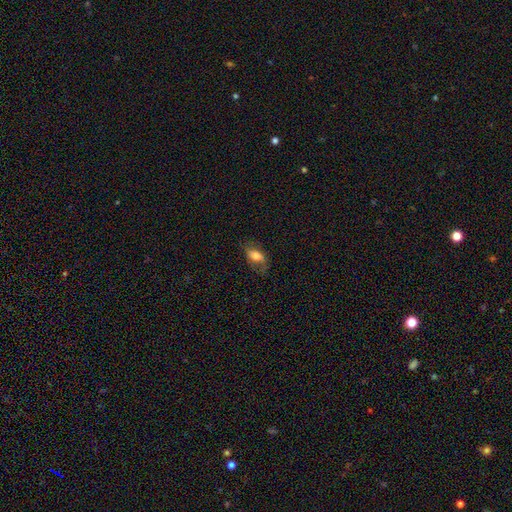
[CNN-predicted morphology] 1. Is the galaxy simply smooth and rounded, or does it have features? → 69% smooth, 23% featured or disk, 8% star or artifact.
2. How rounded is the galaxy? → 87% in between, 8% round, 5% cigar-shaped.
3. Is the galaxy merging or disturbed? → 63% none, 23% minor disturbance, 12% major disturbance, 1% merger.